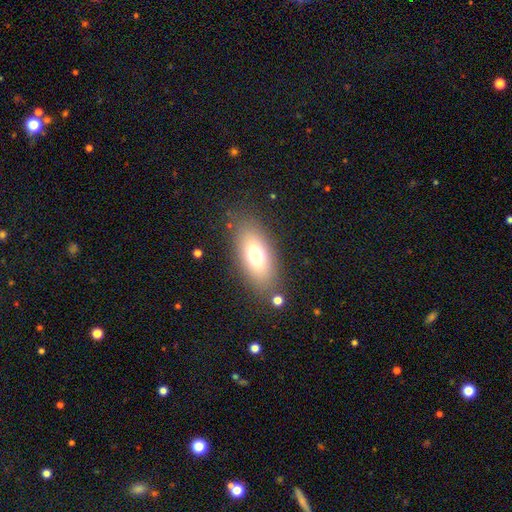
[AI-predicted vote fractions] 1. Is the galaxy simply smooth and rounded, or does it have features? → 70% smooth, 19% featured or disk, 11% star or artifact.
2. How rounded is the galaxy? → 83% in between, 12% cigar-shaped, 6% round.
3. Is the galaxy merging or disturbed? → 80% none, 11% minor disturbance, 5% major disturbance, 3% merger.